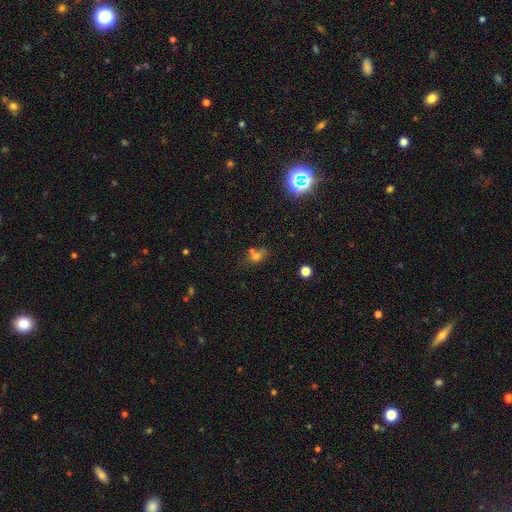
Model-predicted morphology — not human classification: A smooth galaxy with no disk features (63%) that is in between round and cigar-shaped (54%). Merging: none (48%).